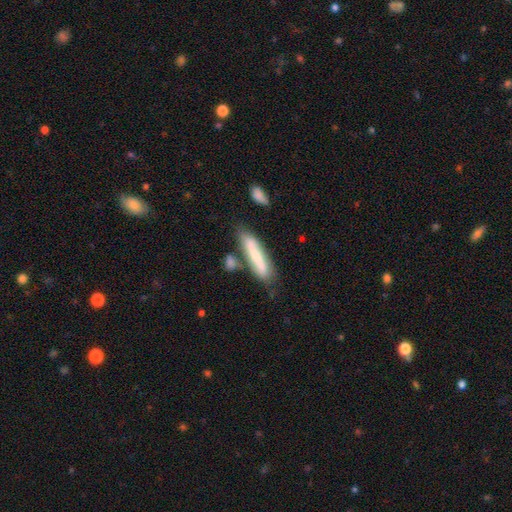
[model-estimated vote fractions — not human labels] This is likely a smooth galaxy (62%). How rounded: likely cigar-shaped (78%). Merging: likely none (63%).